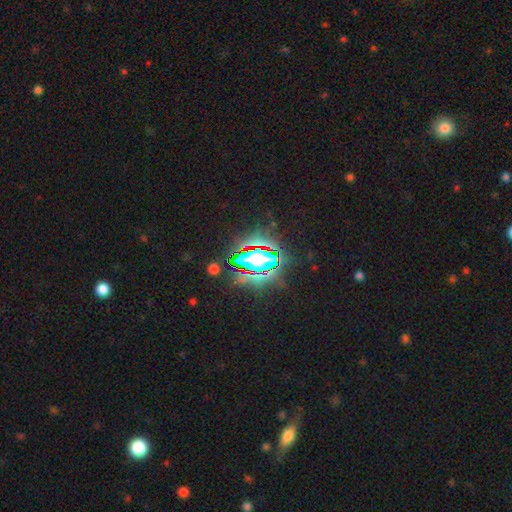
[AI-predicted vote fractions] Smooth or featured? Predicted: star or artifact (p=0.72).